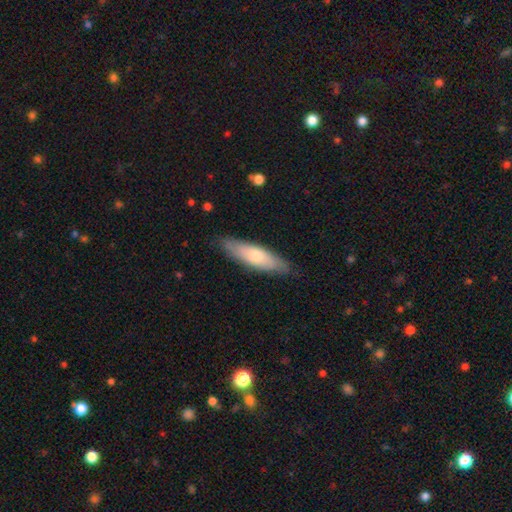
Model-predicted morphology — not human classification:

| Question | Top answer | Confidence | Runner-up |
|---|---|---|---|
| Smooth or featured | smooth | 64% | featured or disk (31%) |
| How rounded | cigar-shaped | 60% | in between (38%) |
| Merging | none | 84% | minor disturbance (13%) |